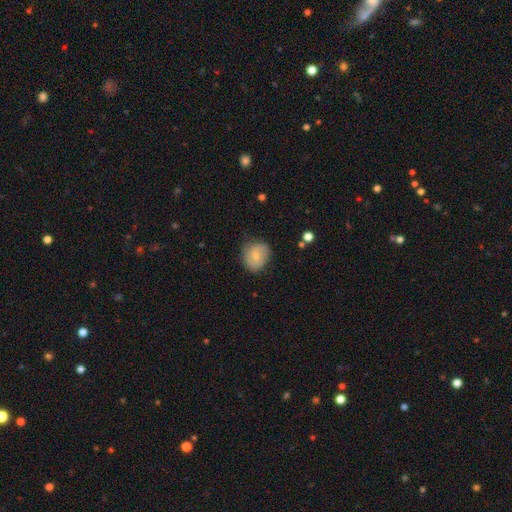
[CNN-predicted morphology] Smooth or featured? smooth (63%)
How rounded? round (68%)
Merging? none (67%)